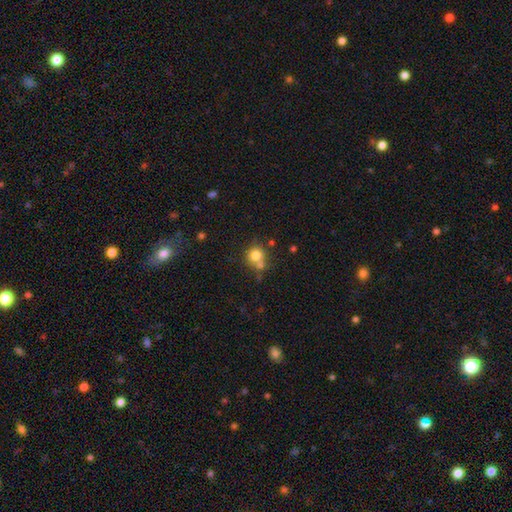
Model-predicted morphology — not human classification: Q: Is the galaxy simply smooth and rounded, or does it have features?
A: smooth — 77%.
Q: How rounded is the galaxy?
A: round — 88%.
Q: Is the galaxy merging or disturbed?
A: none — 51%.